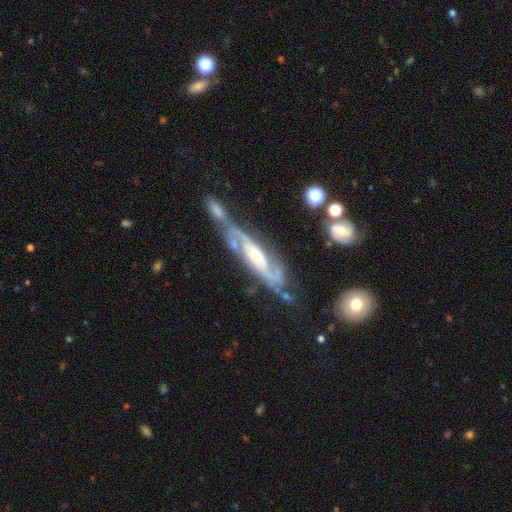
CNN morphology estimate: Smooth or featured: featured or disk — 87% (smooth — 7%)
Edge-on disk: no — 82% (yes — 18%)
Bar: no — 46% (weak — 36%)
Spiral arms: yes — 95% (no — 5%)
Spiral winding: tight — 50% (medium — 39%)
Spiral arm count: 2 — 60% (can't tell — 23%)
Bulge size: small — 48% (moderate — 47%)
Merging: none — 53% (minor disturbance — 22%)